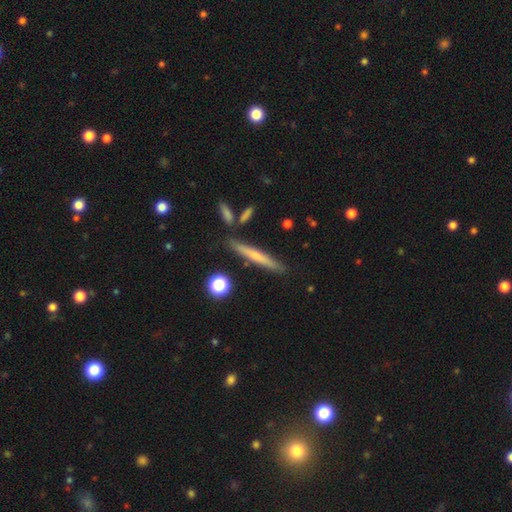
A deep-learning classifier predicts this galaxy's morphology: A smooth galaxy with no disk features (57%) that is cigar-shaped (94%).

Vote fractions:
- Smooth or featured? smooth: 57% / featured or disk: 36% / star or artifact: 7%
- How rounded? cigar-shaped: 94% / in between: 4% / round: 2%
- Merging? none: 85% / minor disturbance: 9% / merger: 4% / major disturbance: 2%